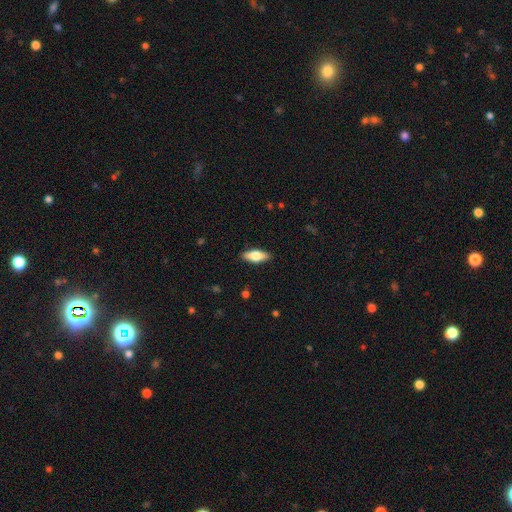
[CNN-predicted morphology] The model was most divided on "smooth or featured": smooth: 66%, featured or disk: 28%, star or artifact: 6%. More confident: merging — none (88%); how rounded — in between (76%).